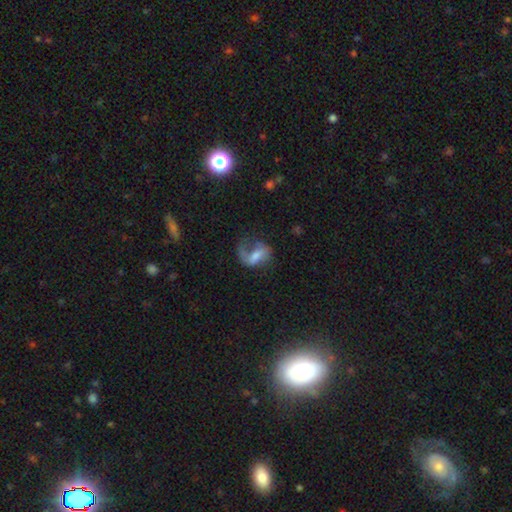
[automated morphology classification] Overall: featured or disk (55%; smooth 36%). Edge-on disk: no (96%). Bar: weak (43%; no 33%). Spiral arms: yes (72%). Bulge size: moderate (42%; small 29%). Merging: major disturbance (44%; none 32%).